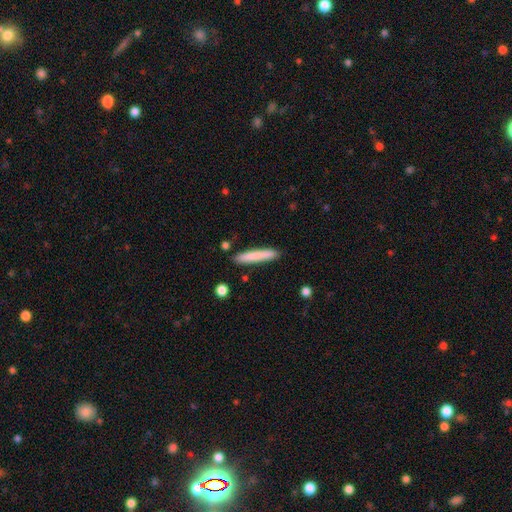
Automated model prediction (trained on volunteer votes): smooth-or-featured: smooth: 79% | featured or disk: 15% | star or artifact: 6%
  how-rounded: cigar-shaped: 94% | in between: 5% | round: 1%
  merging: none: 87% | minor disturbance: 9% | merger: 2% | major disturbance: 2%